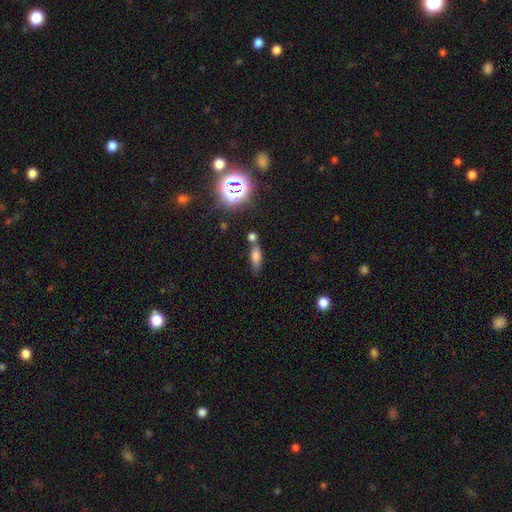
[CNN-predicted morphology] Q: Smooth or featured?
A: smooth (63%); runner-up: featured or disk (19%)
Q: How rounded?
A: in between (58%); runner-up: cigar-shaped (36%)
Q: Merging?
A: none (55%); runner-up: merger (24%)